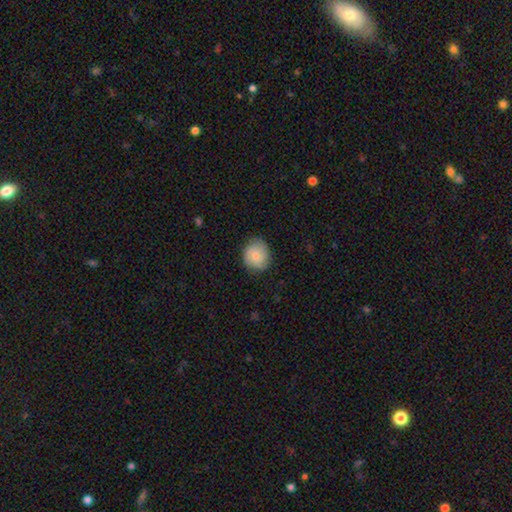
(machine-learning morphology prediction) This is likely a smooth galaxy (68%). How rounded: likely round (75%). Merging: clearly none (80%).